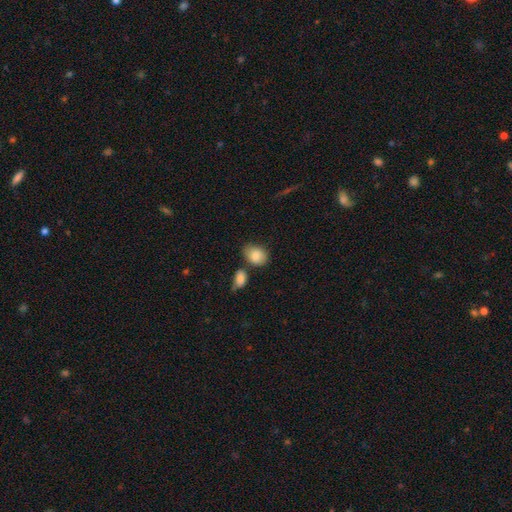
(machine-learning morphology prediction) smooth_or_featured: smooth (p=0.86) [alt: star or artifact p=0.07]
how_rounded: in between (p=0.70) [alt: round p=0.29]
merging: none (p=0.58) [alt: minor disturbance p=0.22]